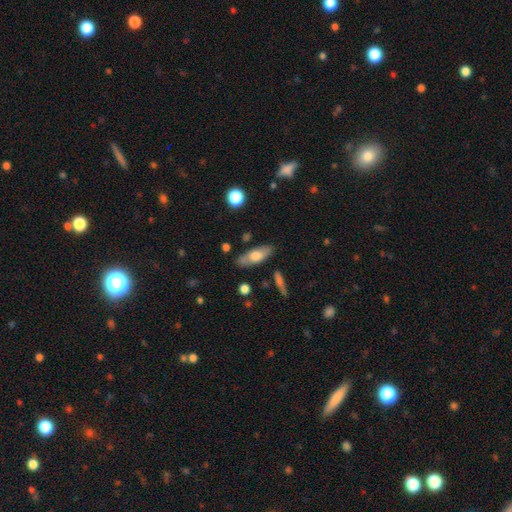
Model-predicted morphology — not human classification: Smooth or featured? Predicted: smooth (p=0.62). How rounded? Predicted: in between (p=0.70). Merging? Predicted: none (p=0.79).